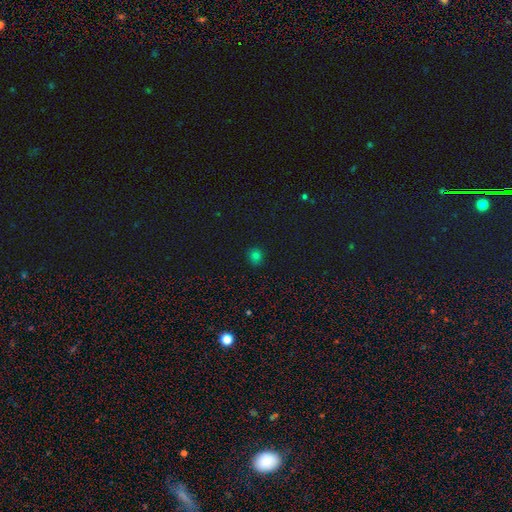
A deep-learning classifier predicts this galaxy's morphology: Smooth or featured? smooth (77%)
How rounded? round (85%)
Merging? none (89%)